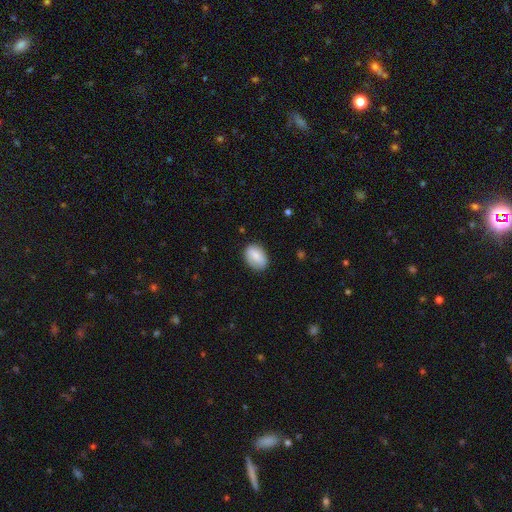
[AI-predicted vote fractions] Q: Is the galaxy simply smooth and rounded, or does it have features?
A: smooth — 77%.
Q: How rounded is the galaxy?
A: in between — 82%.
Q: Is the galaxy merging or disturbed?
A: none — 80%.